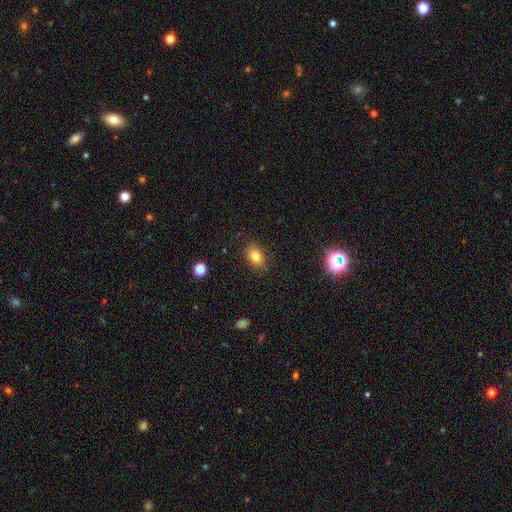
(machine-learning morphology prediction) Q: Smooth or featured?
A: smooth (80%); runner-up: star or artifact (12%)
Q: How rounded?
A: in between (75%); runner-up: round (23%)
Q: Merging?
A: none (85%); runner-up: minor disturbance (11%)